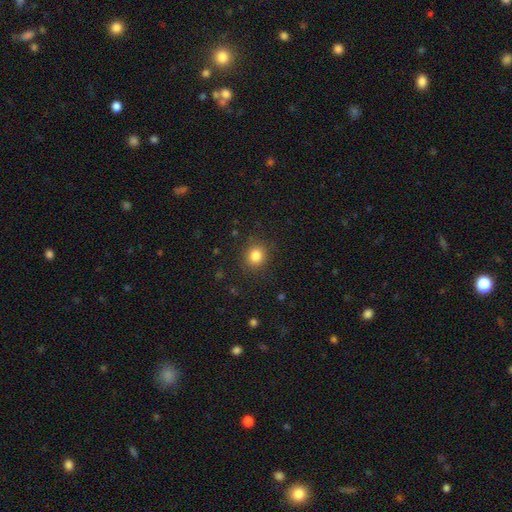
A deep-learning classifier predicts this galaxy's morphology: type=smooth (83%); roundness=round (80%); merging=none (87%).